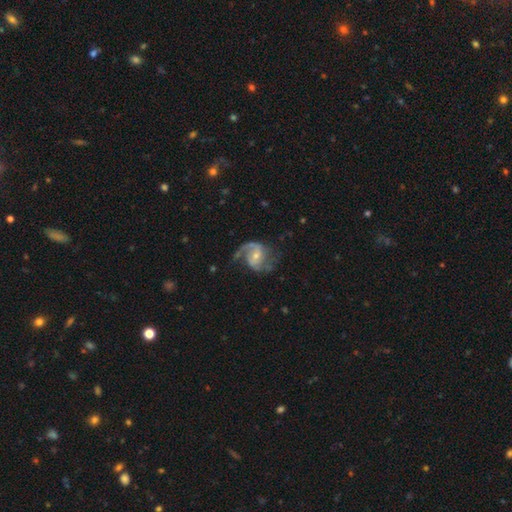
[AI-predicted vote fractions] Smooth or featured? featured or disk (87%)
Edge-on disk? no (98%)
Bar? weak (47%)
Spiral arms? yes (96%)
Spiral winding? medium (50%)
Spiral arm count? 2 (77%)
Bulge size? small (52%)
Merging? none (62%)